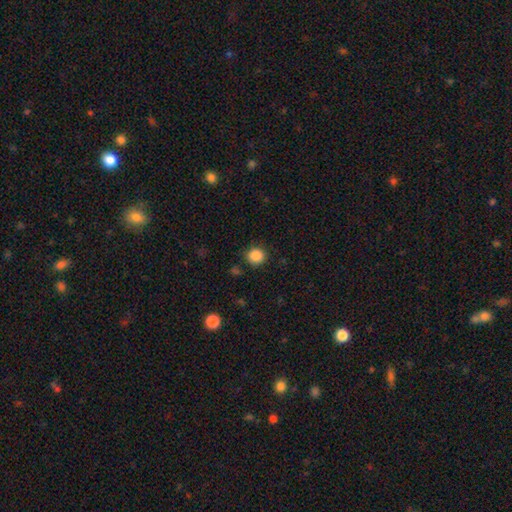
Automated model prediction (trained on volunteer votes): smooth-or-featured: smooth: 87% | star or artifact: 10% | featured or disk: 3%
  how-rounded: round: 89% | in between: 10% | cigar-shaped: 1%
  merging: none: 88% | minor disturbance: 8% | major disturbance: 3% | merger: 2%